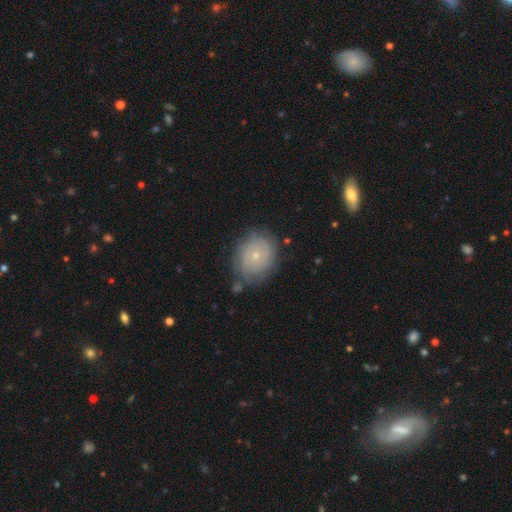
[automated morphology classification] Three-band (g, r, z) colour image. It shows a featured or disk galaxy (54%) with no bar (86%), spiral arms (73%) and a small central bulge (76%). Merging: none (72%).